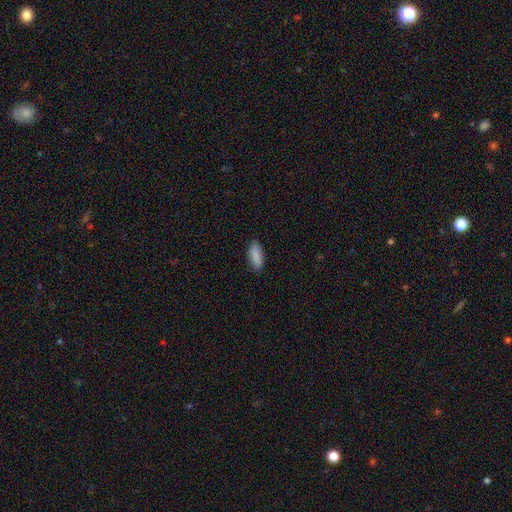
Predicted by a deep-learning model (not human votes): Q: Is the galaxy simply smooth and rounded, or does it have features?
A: smooth — 89%.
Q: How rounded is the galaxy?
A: in between — 82%.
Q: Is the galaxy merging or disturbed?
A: none — 84%.